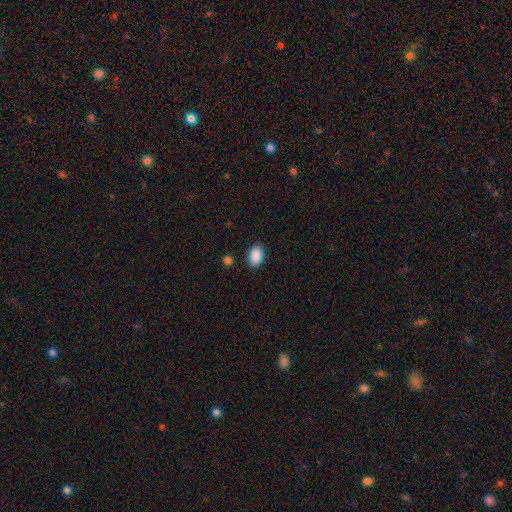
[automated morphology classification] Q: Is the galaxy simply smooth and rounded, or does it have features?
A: smooth — 90%.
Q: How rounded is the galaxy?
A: in between — 83%.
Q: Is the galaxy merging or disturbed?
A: none — 86%.